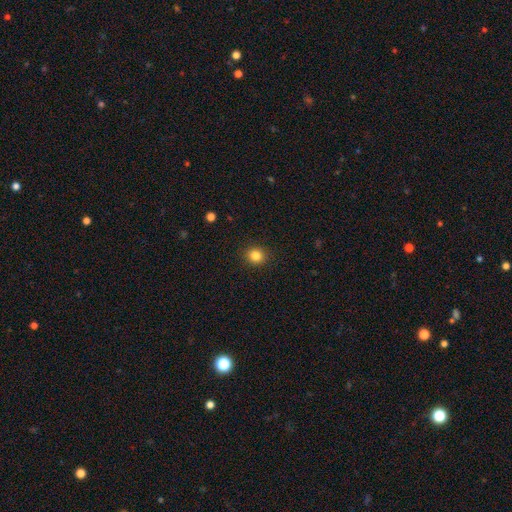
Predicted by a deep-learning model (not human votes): Smooth or featured? Predicted: smooth (p=0.83). How rounded? Predicted: round (p=0.85). Merging? Predicted: none (p=0.91).